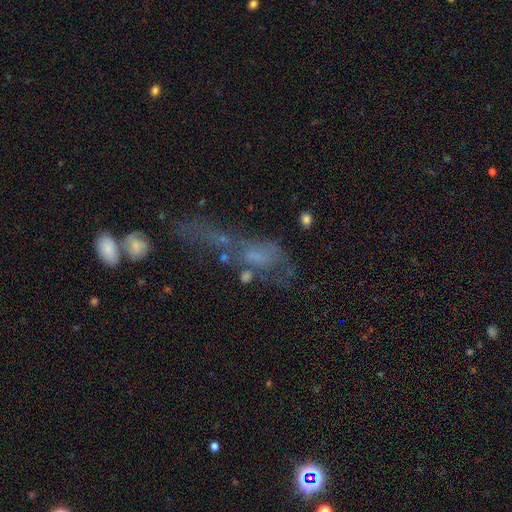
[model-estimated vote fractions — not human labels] smooth_or_featured: featured or disk (p=0.44) [alt: smooth p=0.31]
merging: major disturbance (p=0.37) [alt: none p=0.25]